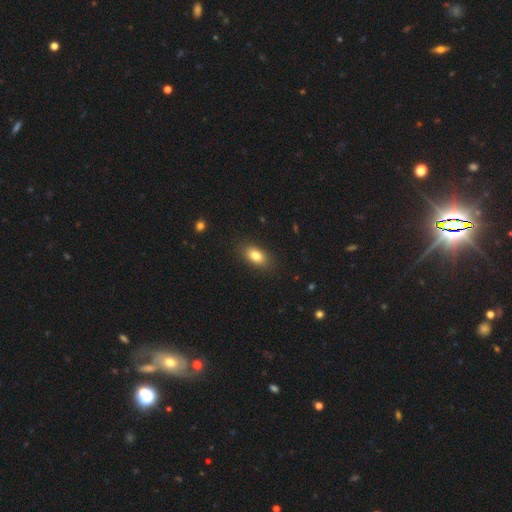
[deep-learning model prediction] smooth 82%, featured or disk 10%, star or artifact 8%. Down the decision tree: how rounded — in between (89%); merging — none (86%).